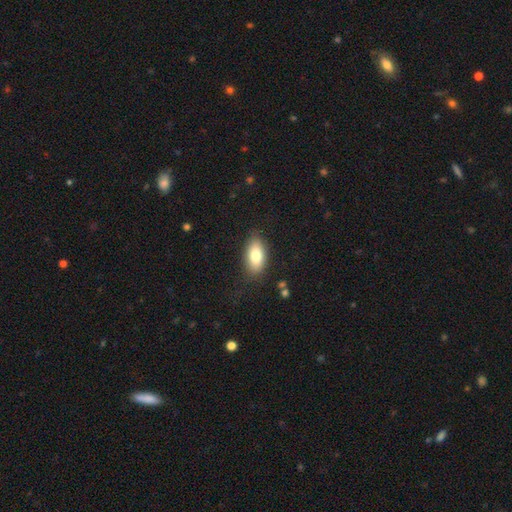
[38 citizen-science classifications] Morphology: type=smooth (68%); roundness=in between (69%); merging=none (74%).